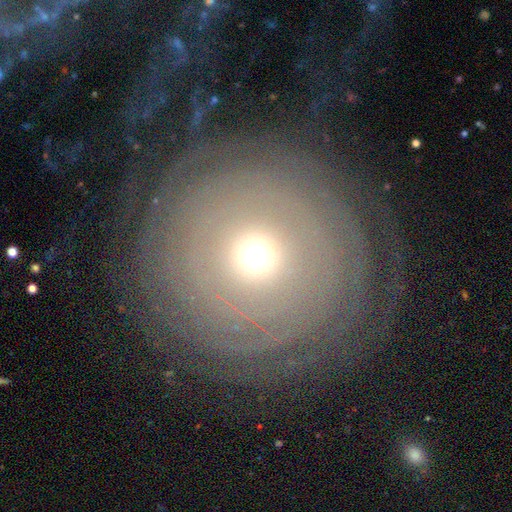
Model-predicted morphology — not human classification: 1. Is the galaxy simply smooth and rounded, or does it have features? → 61% featured or disk, 26% smooth, 13% star or artifact.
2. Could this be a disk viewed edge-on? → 96% no, 4% yes.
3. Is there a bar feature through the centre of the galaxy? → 82% no, 13% weak, 5% strong.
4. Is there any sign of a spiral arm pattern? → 71% yes, 29% no.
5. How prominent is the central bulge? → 54% moderate, 38% small, 5% large, 2% dominant, 1% none.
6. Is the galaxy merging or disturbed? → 78% none, 10% minor disturbance, 10% major disturbance, 3% merger.